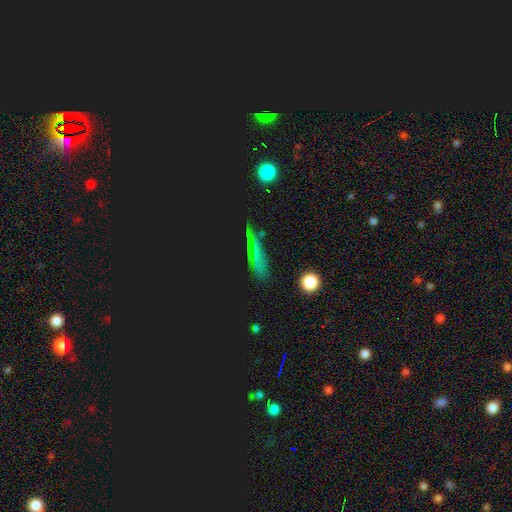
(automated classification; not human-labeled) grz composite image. It shows a star or artifact, not a galaxy (55%).